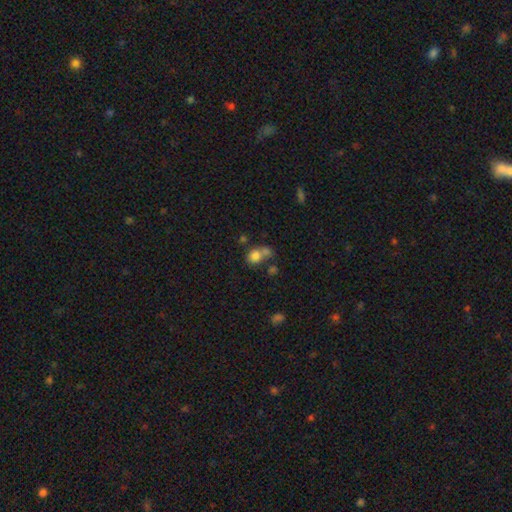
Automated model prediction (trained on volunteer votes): Smooth or featured? smooth (77%)
How rounded? round (59%)
Merging? merger (42%)